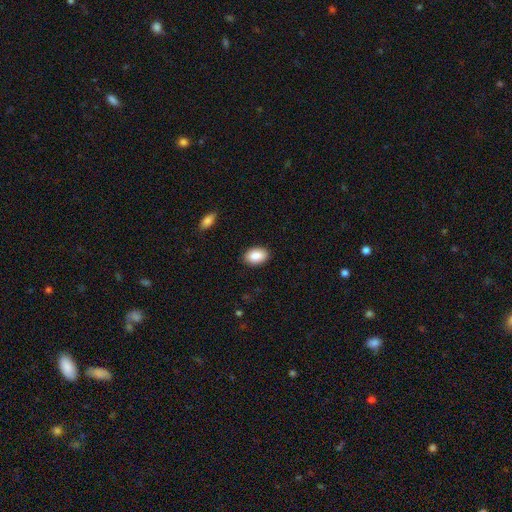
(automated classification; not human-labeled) This is clearly a smooth galaxy (87%). How rounded: clearly in between (86%). Merging: clearly none (89%).